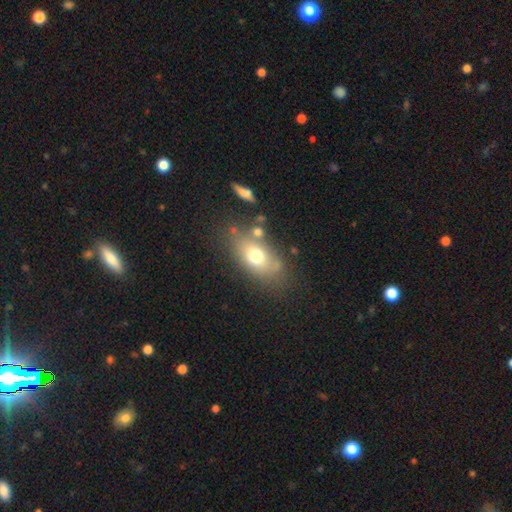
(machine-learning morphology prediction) This appears to be a smooth galaxy with no disk features (68%) that is in between round and cigar-shaped (82%). Merging: none (65%).